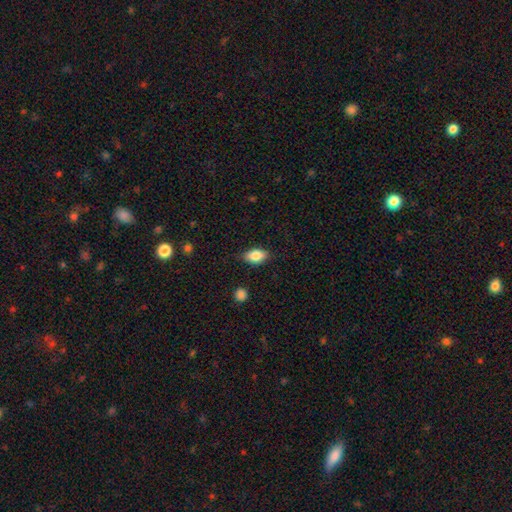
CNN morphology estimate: This appears to be a smooth galaxy with no disk features (84%) that is in between round and cigar-shaped (89%). Merging: none (83%).